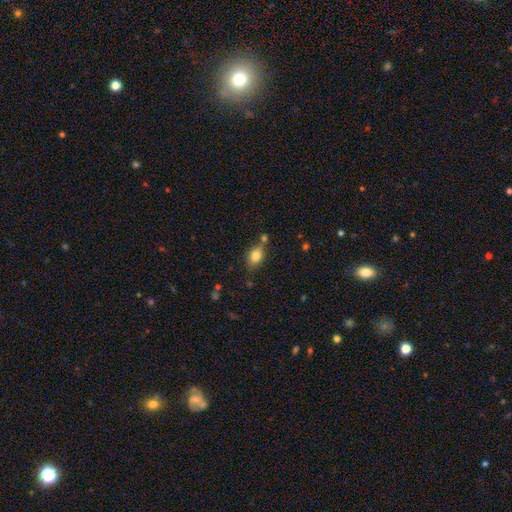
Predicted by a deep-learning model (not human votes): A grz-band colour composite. It shows a smooth galaxy with no disk features (82%) that is in between round and cigar-shaped (73%). Merging: none (64%).